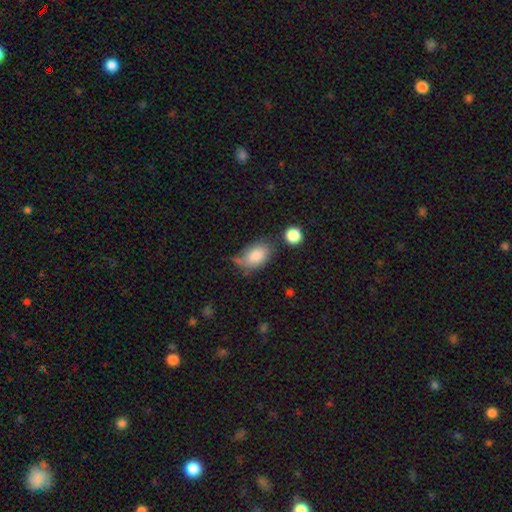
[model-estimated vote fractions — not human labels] smooth 82%, featured or disk 10%, star or artifact 8%. Down the decision tree: how rounded — in between (89%); merging — none (50%).